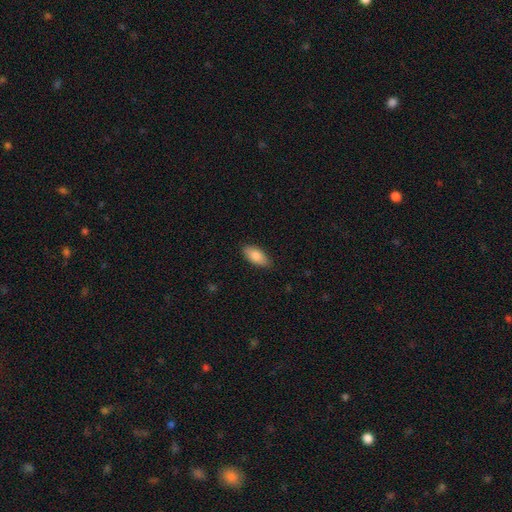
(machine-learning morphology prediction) Smooth or featured? smooth (83%)
How rounded? in between (89%)
Merging? none (83%)